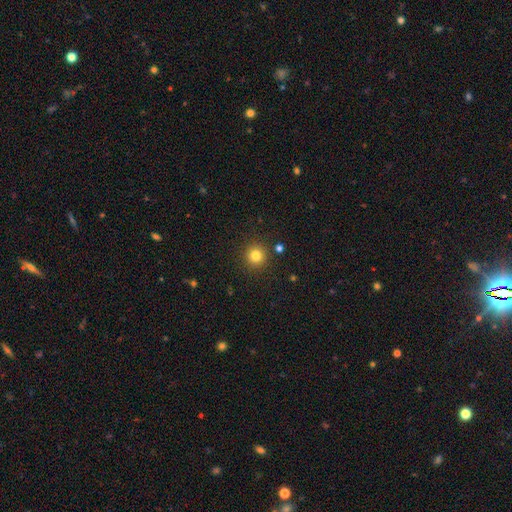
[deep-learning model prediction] This is clearly a smooth galaxy (81%). How rounded: clearly round (95%). Merging: clearly none (90%).